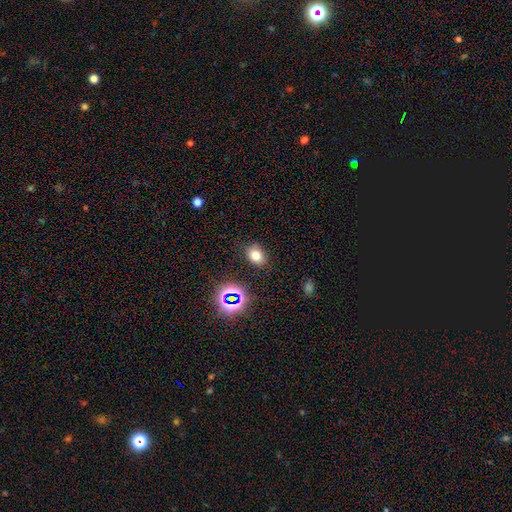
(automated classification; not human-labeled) Smooth or featured?
  - smooth: 72% *
  - star or artifact: 18%
  - featured or disk: 9%
How rounded?
  - in between: 63% *
  - round: 36%
  - cigar-shaped: 1%
Merging?
  - none: 84% *
  - minor disturbance: 11%
  - major disturbance: 3%
  - merger: 2%